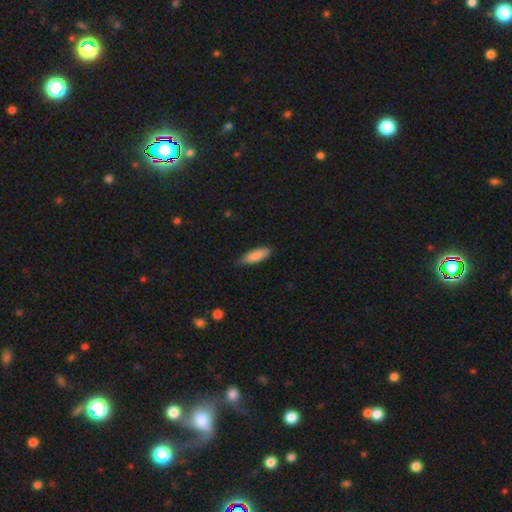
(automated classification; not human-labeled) The model was most divided on "how rounded": in between: 53%, cigar-shaped: 45%, round: 2%. More confident: smooth or featured — smooth (85%); merging — none (78%).